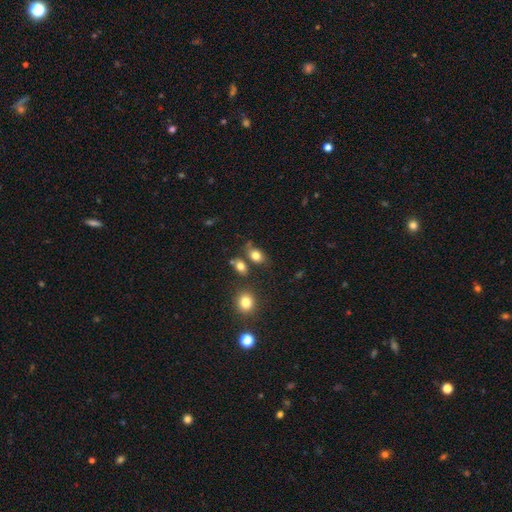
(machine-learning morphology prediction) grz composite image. It shows a smooth galaxy with no disk features (80%) that is in between round and cigar-shaped (77%). Merging: none (64%).